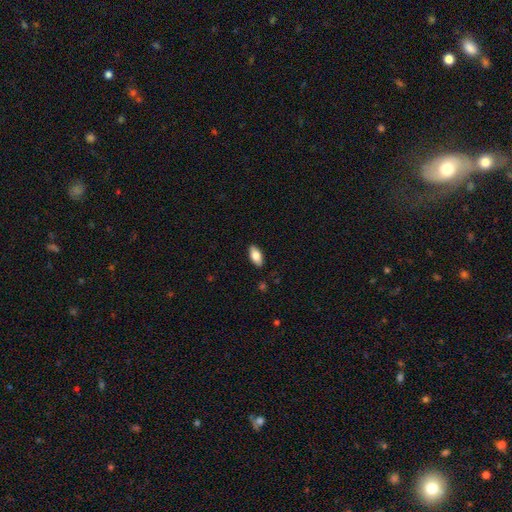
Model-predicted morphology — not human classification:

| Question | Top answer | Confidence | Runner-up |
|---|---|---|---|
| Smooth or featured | smooth | 80% | featured or disk (13%) |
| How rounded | in between | 91% | cigar-shaped (7%) |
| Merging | none | 88% | minor disturbance (9%) |